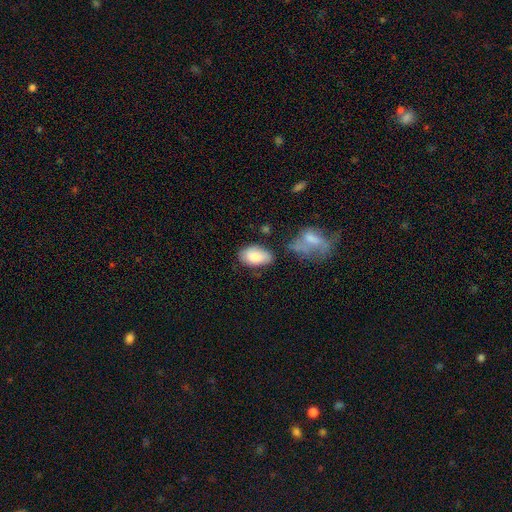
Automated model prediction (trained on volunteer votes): smooth_or_featured: smooth (p=0.83) [alt: featured or disk p=0.10]
how_rounded: in between (p=0.93) [alt: round p=0.05]
merging: none (p=0.56) [alt: minor disturbance p=0.27]